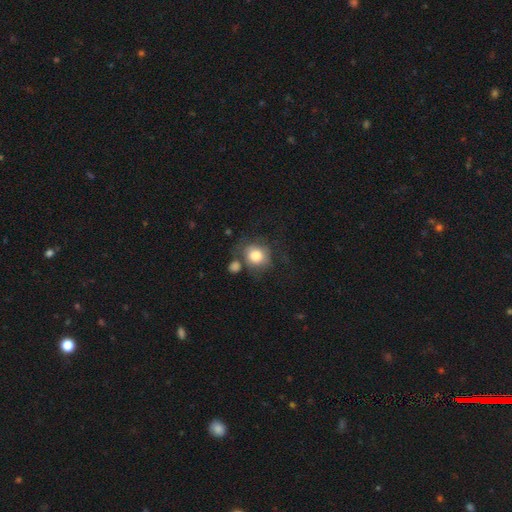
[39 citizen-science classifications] Smooth or featured: smooth — 87% (star or artifact — 8%)
How rounded: round — 91% (in between — 9%)
Merging: none — 56% (minor disturbance — 19%)